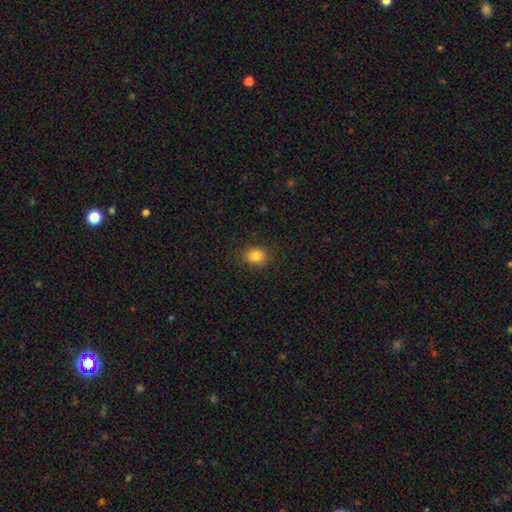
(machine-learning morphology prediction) Smooth or featured: smooth — 84% (star or artifact — 11%)
How rounded: round — 63% (in between — 36%)
Merging: none — 89% (minor disturbance — 8%)